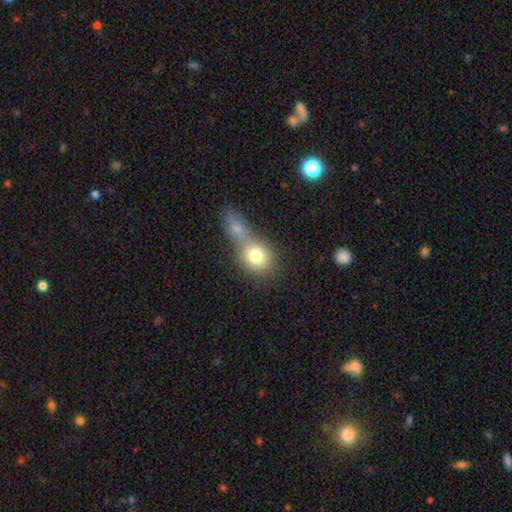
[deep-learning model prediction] smooth-or-featured: smooth: 76% | featured or disk: 14% | star or artifact: 10%
  how-rounded: round: 61% | in between: 36% | cigar-shaped: 2%
  merging: merger: 53% | none: 33% | minor disturbance: 9% | major disturbance: 5%